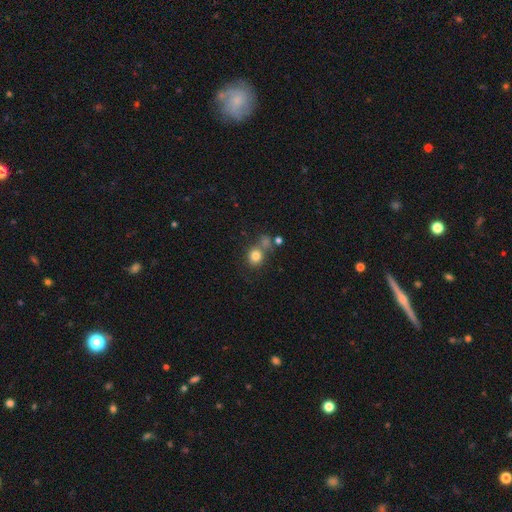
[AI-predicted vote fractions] Overall: smooth (81%). How rounded: round (78%). Merging: none (61%).